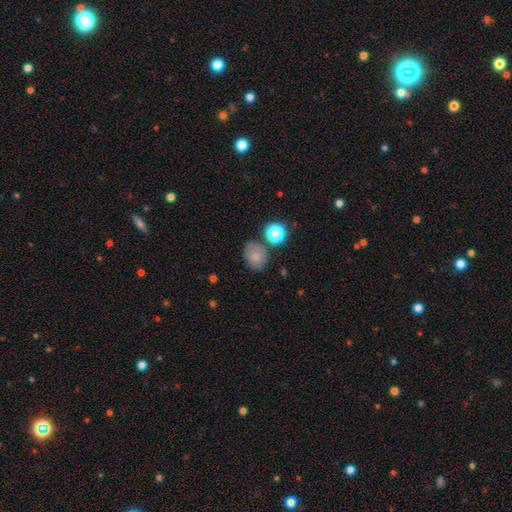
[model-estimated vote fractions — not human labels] Overall: smooth (76%). How rounded: in between (51%; round 48%). Merging: none (69%).